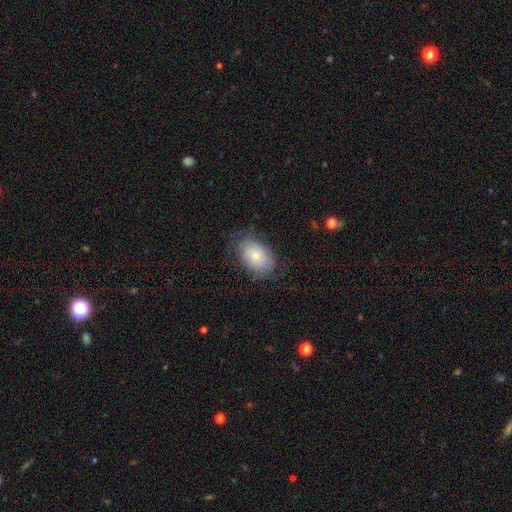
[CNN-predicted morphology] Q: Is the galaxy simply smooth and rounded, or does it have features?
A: smooth — 60%.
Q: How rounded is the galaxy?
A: in between — 83%.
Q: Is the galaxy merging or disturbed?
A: none — 69%.